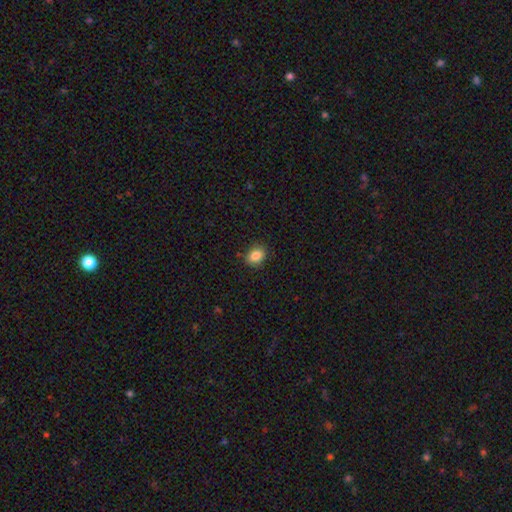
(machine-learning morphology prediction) This is clearly a smooth galaxy (85%). How rounded: possibly in between (56%). Merging: clearly none (86%).